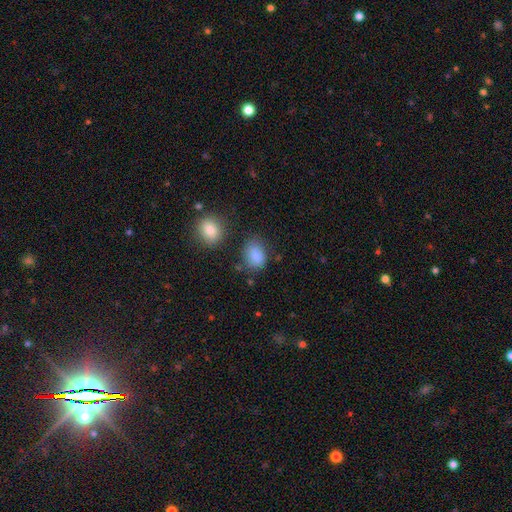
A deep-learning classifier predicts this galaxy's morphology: Smooth or featured? Predicted: smooth (p=0.86). How rounded? Predicted: in between (p=0.72). Merging? Predicted: none (p=0.67).